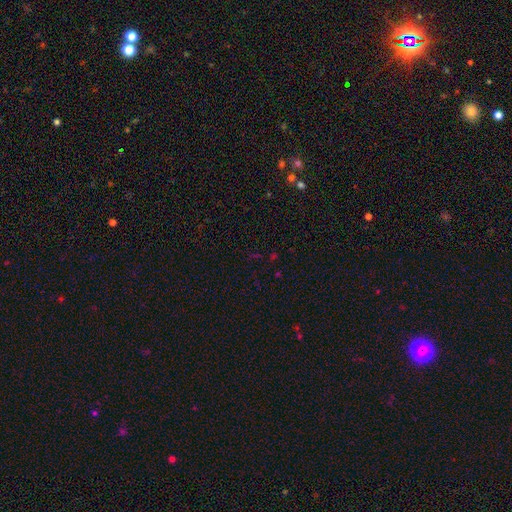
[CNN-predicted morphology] Smooth or featured: star or artifact — 66% (smooth — 25%)